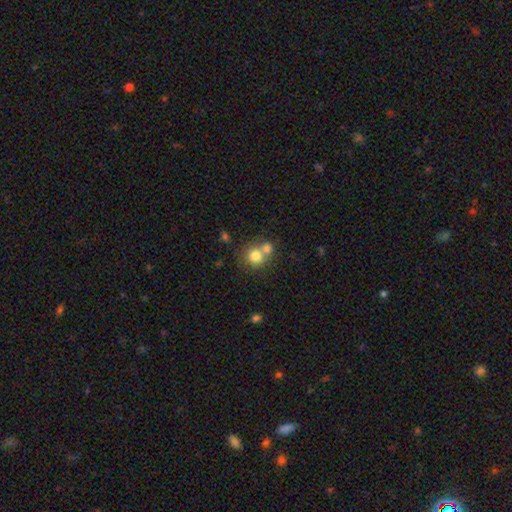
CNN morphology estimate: type=smooth (77%); roundness=round (84%); merging=merger (48%).